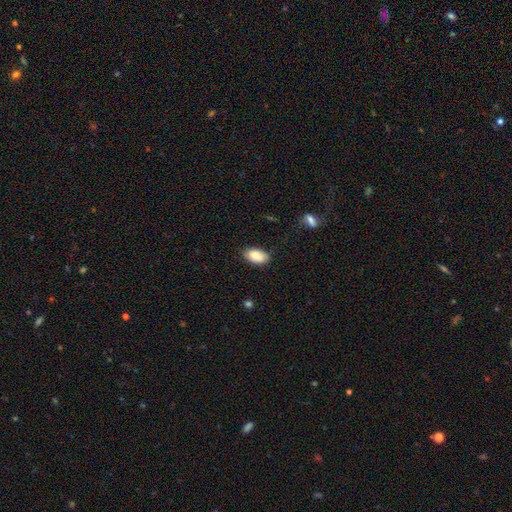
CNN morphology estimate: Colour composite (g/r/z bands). It shows a smooth galaxy with no disk features (81%) that is in between round and cigar-shaped (93%). Merging: none (78%).